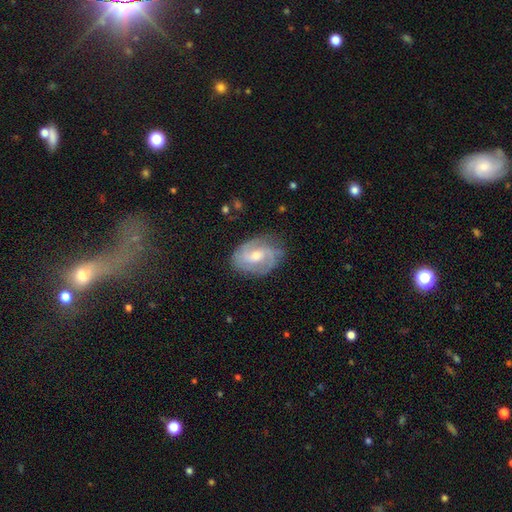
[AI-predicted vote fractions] This is clearly a featured or disk galaxy (80%). It is clearly not viewed edge-on (97%). Bar: possibly weak (49%). Spiral arm pattern: clearly yes (94%). Spiral arm count: likely 2 (64%). Spiral winding: possibly medium (46%). Central bulge: possibly moderate (60%). Merging: likely none (75%).